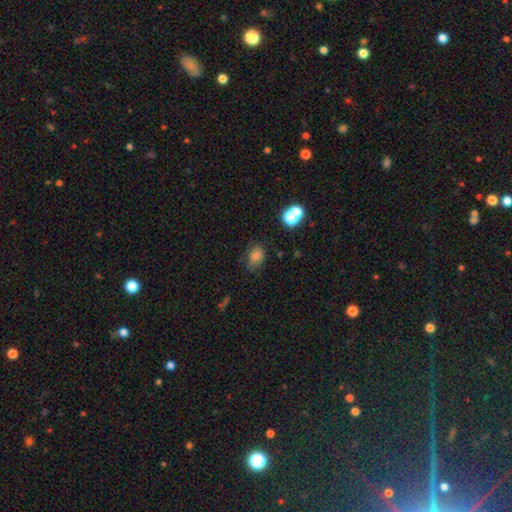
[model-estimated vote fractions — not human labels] Smooth or featured: smooth — 77% (star or artifact — 15%)
How rounded: in between — 71% (round — 27%)
Merging: none — 67% (minor disturbance — 21%)